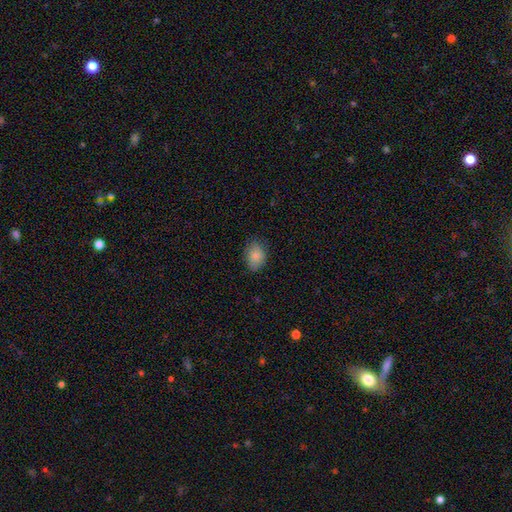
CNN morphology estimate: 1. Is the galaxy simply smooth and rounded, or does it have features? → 85% smooth, 8% star or artifact, 7% featured or disk.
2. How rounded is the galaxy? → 72% in between, 27% round, 1% cigar-shaped.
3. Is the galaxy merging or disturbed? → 79% none, 16% minor disturbance, 3% major disturbance, 1% merger.